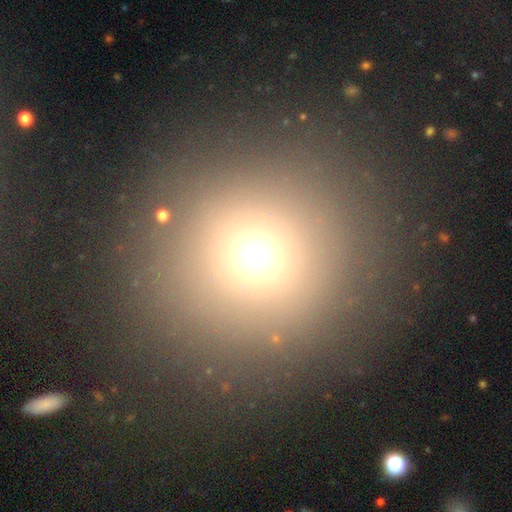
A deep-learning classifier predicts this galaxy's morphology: This appears to be a smooth galaxy with no disk features (66%) that is round (94%). Merging: none (88%).